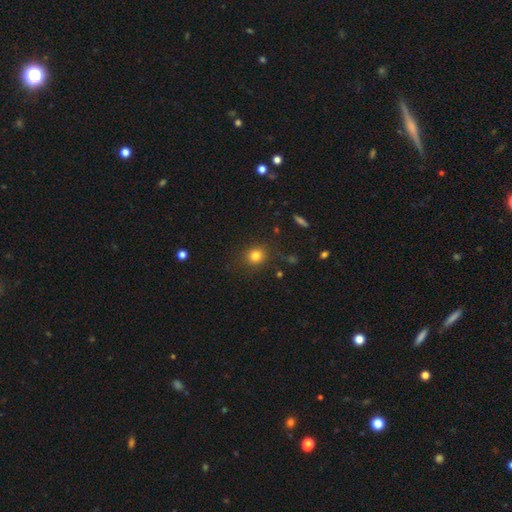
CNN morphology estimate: A smooth galaxy with no disk features (81%) that is round (81%).

Vote fractions:
- Smooth or featured? smooth: 81% / star or artifact: 12% / featured or disk: 6%
- How rounded? round: 81% / in between: 18% / cigar-shaped: 1%
- Merging? none: 85% / minor disturbance: 9% / major disturbance: 4% / merger: 2%